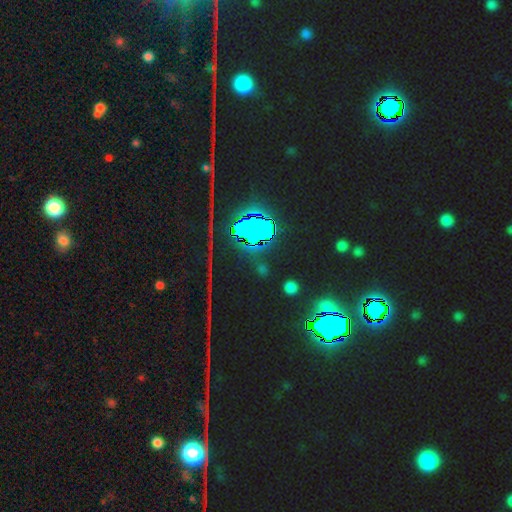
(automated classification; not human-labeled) Overall: star or artifact (85%).